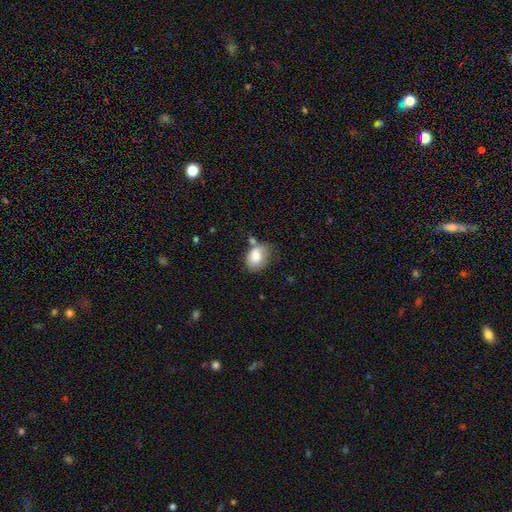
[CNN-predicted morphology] Smooth or featured? smooth (78%)
How rounded? in between (67%)
Merging? none (45%)